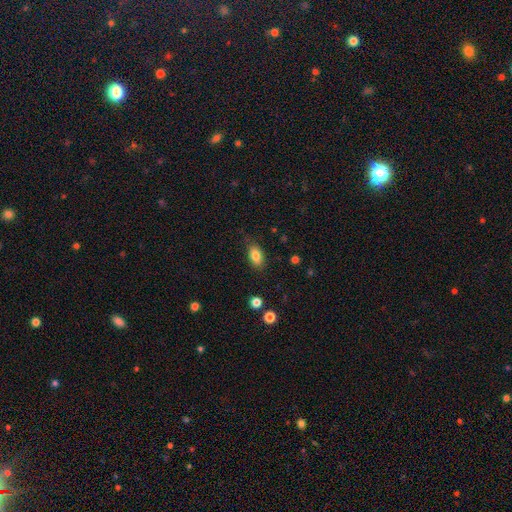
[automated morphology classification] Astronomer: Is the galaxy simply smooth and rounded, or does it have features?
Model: smooth — 83%.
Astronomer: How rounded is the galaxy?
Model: in between — 89%.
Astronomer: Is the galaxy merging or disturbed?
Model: none — 79%.